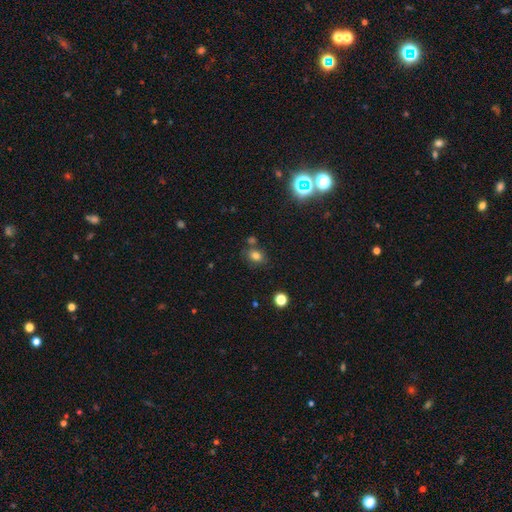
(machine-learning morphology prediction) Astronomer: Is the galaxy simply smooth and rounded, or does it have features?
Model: smooth — 76%.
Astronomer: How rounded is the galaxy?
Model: in between — 55% (runner-up: round, 44%).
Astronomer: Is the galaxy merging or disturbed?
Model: none — 71%.